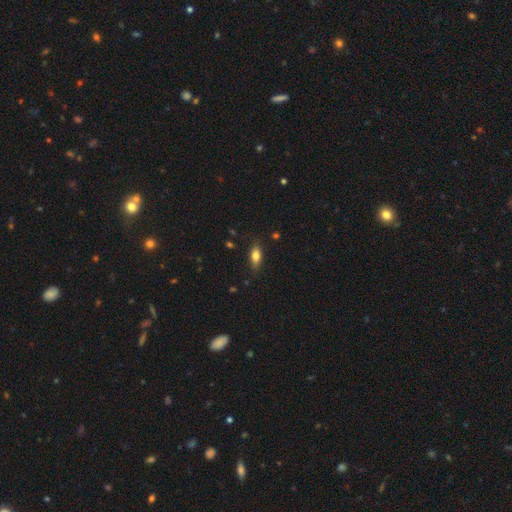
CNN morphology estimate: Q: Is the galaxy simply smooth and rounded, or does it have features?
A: smooth — 75%.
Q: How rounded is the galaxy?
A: in between — 80%.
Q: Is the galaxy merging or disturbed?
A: none — 82%.